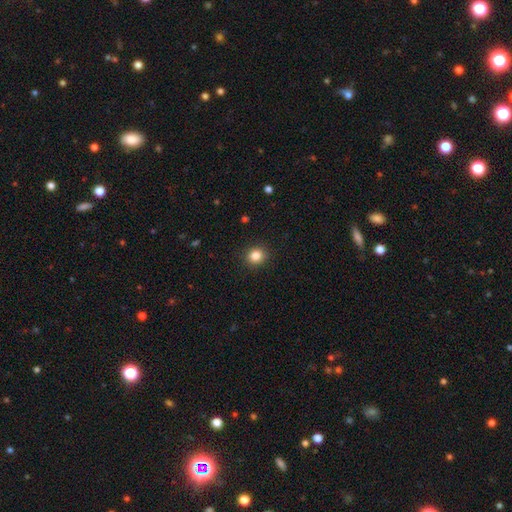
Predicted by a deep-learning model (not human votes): smooth_or_featured: smooth (p=0.84) [alt: star or artifact p=0.11]
how_rounded: round (p=0.83) [alt: in between p=0.17]
merging: none (p=0.91) [alt: minor disturbance p=0.06]